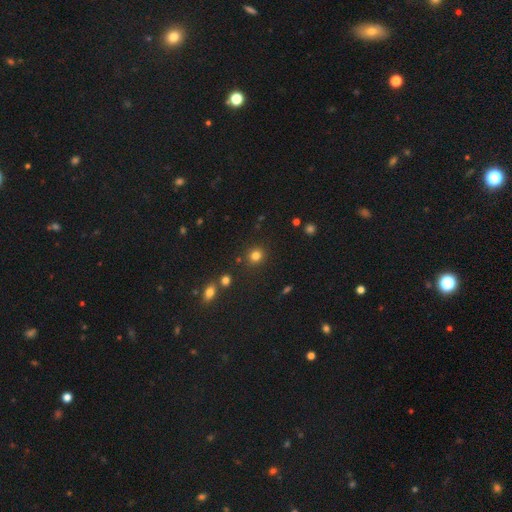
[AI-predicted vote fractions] smooth_or_featured: smooth (p=0.81) [alt: star or artifact p=0.14]
how_rounded: round (p=0.87) [alt: in between p=0.12]
merging: none (p=0.87) [alt: minor disturbance p=0.07]